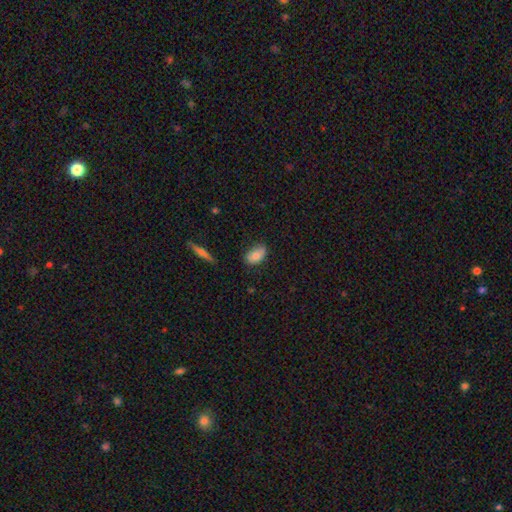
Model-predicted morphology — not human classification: Smooth or featured? smooth (77%)
How rounded? in between (90%)
Merging? none (64%)